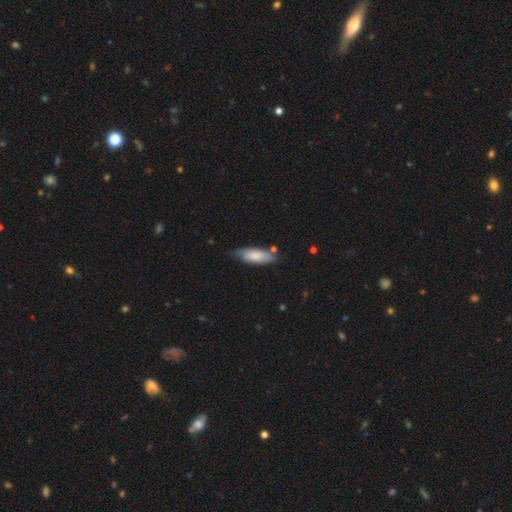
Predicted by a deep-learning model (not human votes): Morphology: type=smooth (78%); roundness=in between (69%); merging=none (66%).